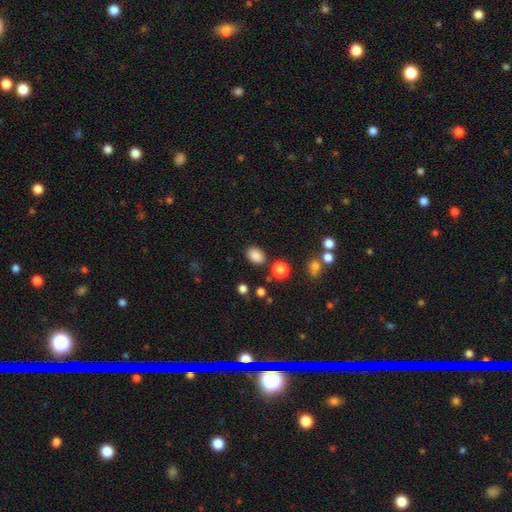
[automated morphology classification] The model was most divided on "how rounded": in between: 67%, round: 32%, cigar-shaped: 1%. More confident: smooth or featured — smooth (85%); merging — none (83%).